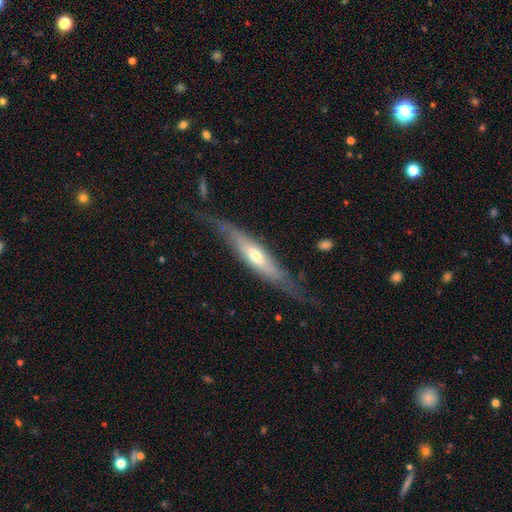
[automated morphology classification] A featured or disk galaxy (66%) viewed edge-on (70%). Merging: none (63%).